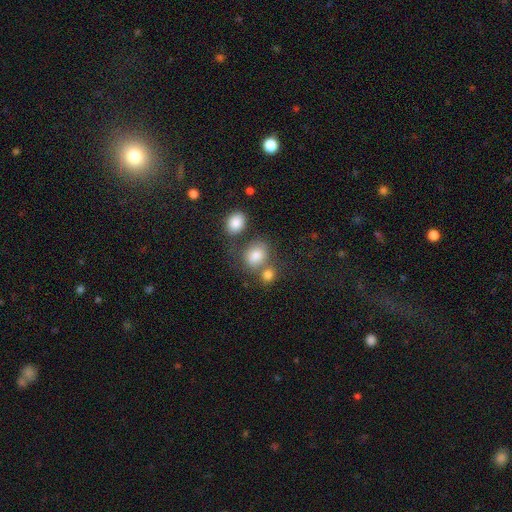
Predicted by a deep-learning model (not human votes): This appears to be a smooth galaxy with no disk features (81%) that is in between round and cigar-shaped (52%). Merging: none (49%).